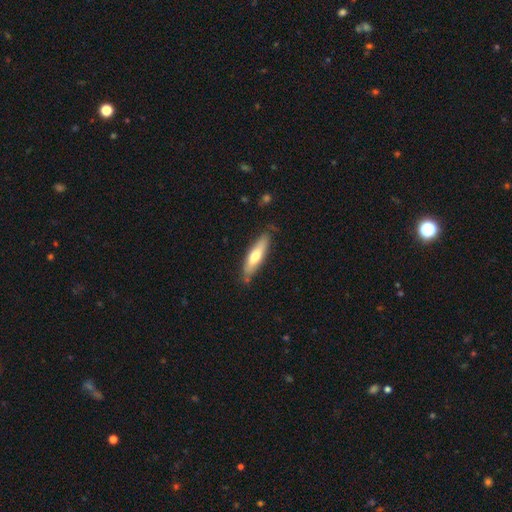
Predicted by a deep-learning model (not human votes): smooth 59%, featured or disk 36%, star or artifact 5%. Down the decision tree: how rounded — cigar-shaped (67%); merging — none (78%).